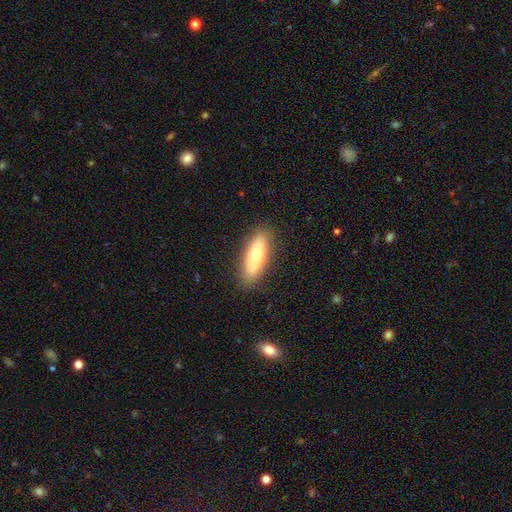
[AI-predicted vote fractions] A smooth galaxy with no disk features (67%) that is in between round and cigar-shaped (61%). Merging: none (87%).